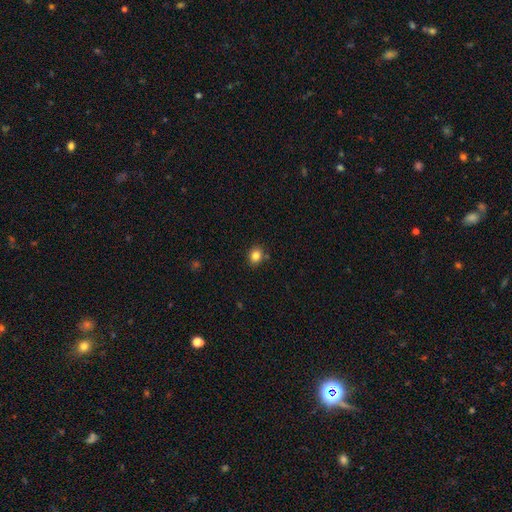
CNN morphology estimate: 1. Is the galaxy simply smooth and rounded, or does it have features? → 83% smooth, 11% star or artifact, 6% featured or disk.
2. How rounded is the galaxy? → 60% round, 39% in between, 1% cigar-shaped.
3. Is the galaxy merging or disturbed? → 84% none, 10% minor disturbance, 4% merger, 2% major disturbance.